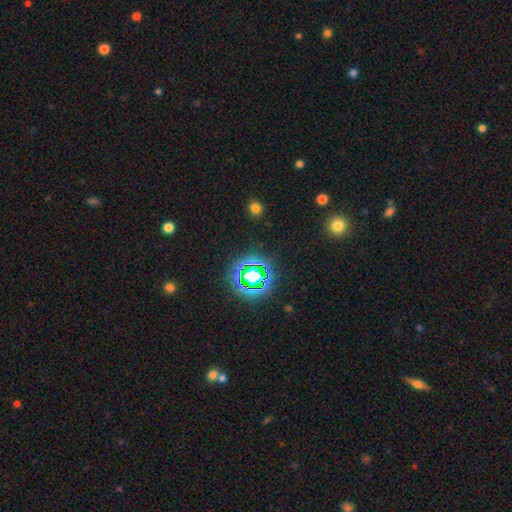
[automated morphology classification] Smooth or featured? star or artifact (73%)